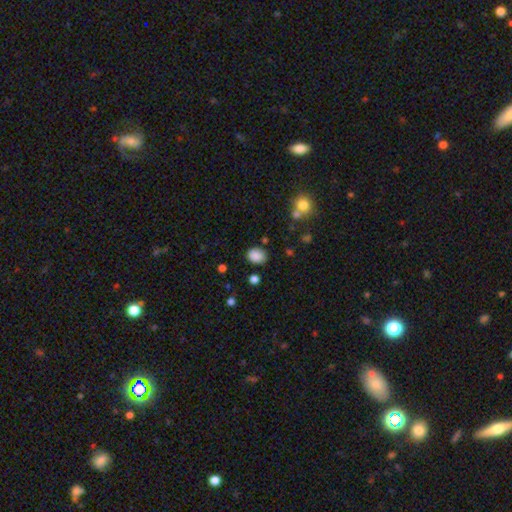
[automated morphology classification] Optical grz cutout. It shows a smooth galaxy with no disk features (86%) that is in between round and cigar-shaped (59%). Merging: none (79%).